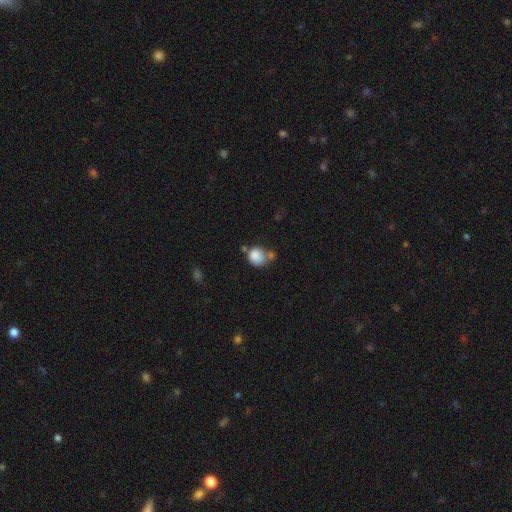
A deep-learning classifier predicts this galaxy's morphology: The model was most divided on "merging": none: 45%, merger: 29%, minor disturbance: 18%, major disturbance: 8%. More confident: smooth or featured — smooth (84%); how rounded — round (75%).